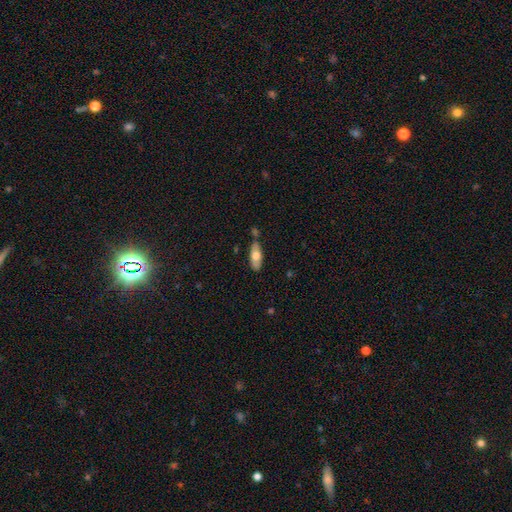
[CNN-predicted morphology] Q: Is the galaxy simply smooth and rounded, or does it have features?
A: smooth — 62%.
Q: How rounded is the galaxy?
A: in between — 75%.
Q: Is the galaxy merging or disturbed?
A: none — 74%.